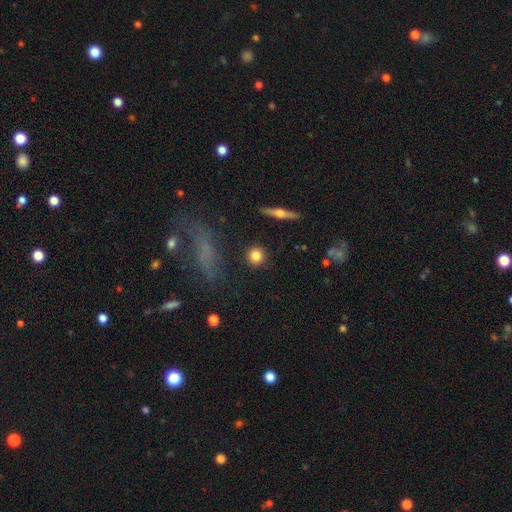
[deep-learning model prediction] Smooth or featured? Predicted: smooth (p=0.81). How rounded? Predicted: round (p=0.93). Merging? Predicted: none (p=0.90).